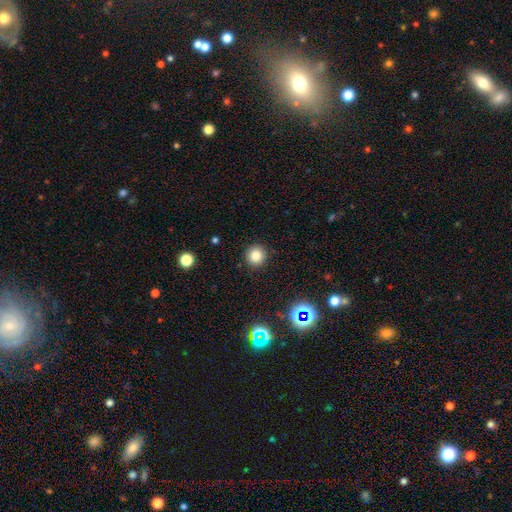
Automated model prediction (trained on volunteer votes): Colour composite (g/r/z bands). It shows a smooth galaxy with no disk features (79%) that is round (93%). Merging: none (91%).